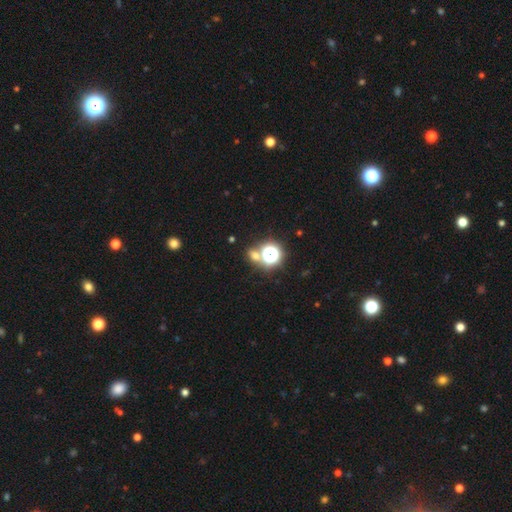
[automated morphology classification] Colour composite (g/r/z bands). It shows a smooth galaxy with no disk features (46%). Merging: none (67%).